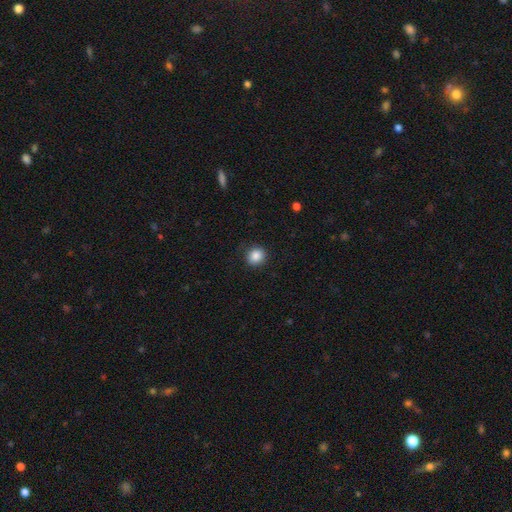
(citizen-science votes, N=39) This is clearly a smooth galaxy (97%). How rounded: clearly round (89%). Merging: likely none (79%).